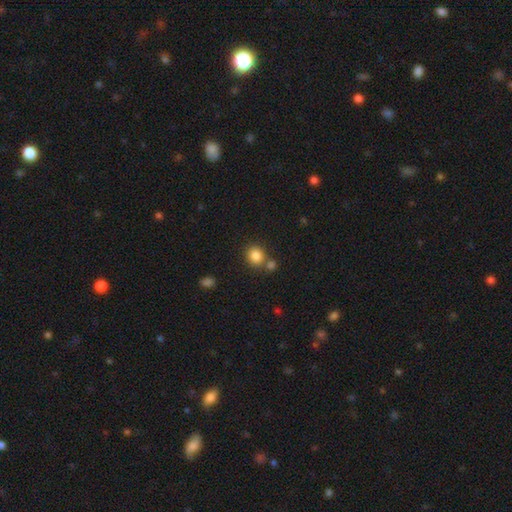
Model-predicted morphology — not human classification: Overall: smooth (84%). How rounded: round (77%). Merging: none (66%).